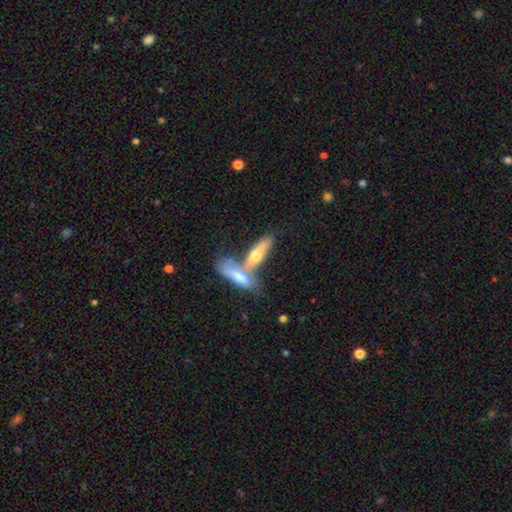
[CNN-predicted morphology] type=smooth (50%); roundness=cigar-shaped (63%); merging=merger (54%).